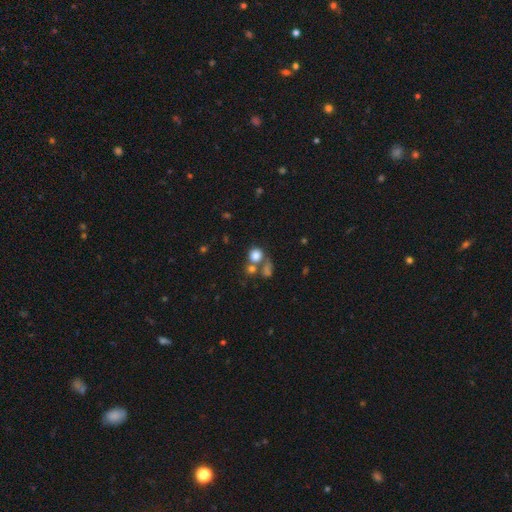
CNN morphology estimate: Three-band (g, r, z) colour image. It shows a smooth galaxy with no disk features (78%) that is round (83%). Merging: none (48%).